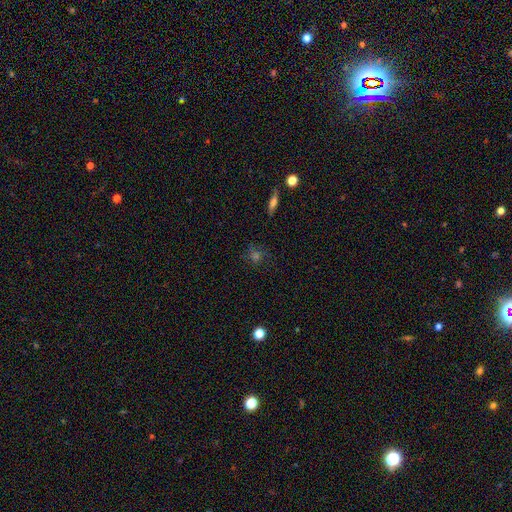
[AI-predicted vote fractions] Smooth or featured? Predicted: smooth (p=0.45). Merging? Predicted: none (p=0.78).